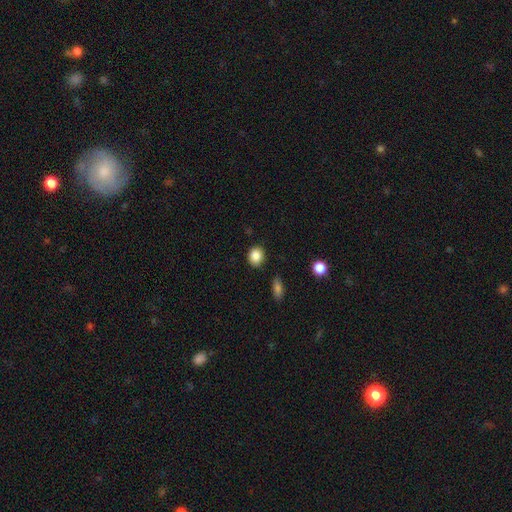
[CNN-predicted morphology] smooth 87%, star or artifact 9%, featured or disk 4%. Down the decision tree: how rounded — round (70%); merging — none (84%).